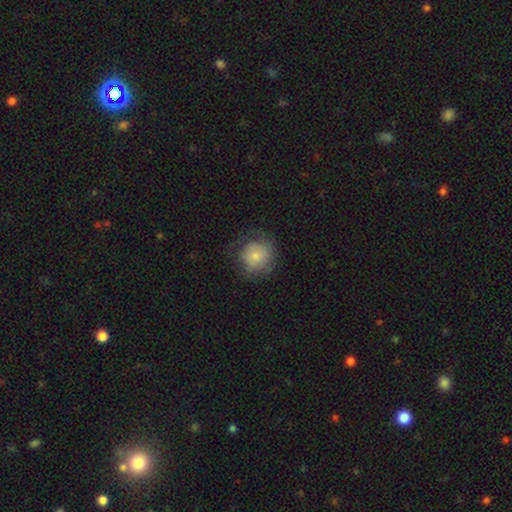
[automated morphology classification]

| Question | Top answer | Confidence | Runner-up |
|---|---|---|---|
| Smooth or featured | smooth | 71% | featured or disk (21%) |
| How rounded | round | 88% | in between (11%) |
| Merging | none | 63% | minor disturbance (21%) |